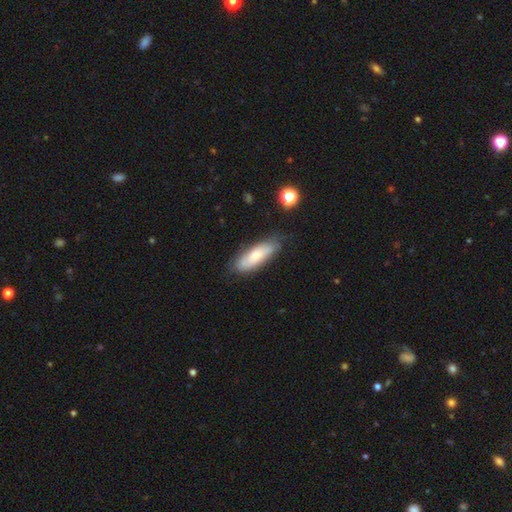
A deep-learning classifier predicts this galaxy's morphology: This is likely a smooth galaxy (64%). How rounded: likely in between (60%). Merging: likely none (71%).